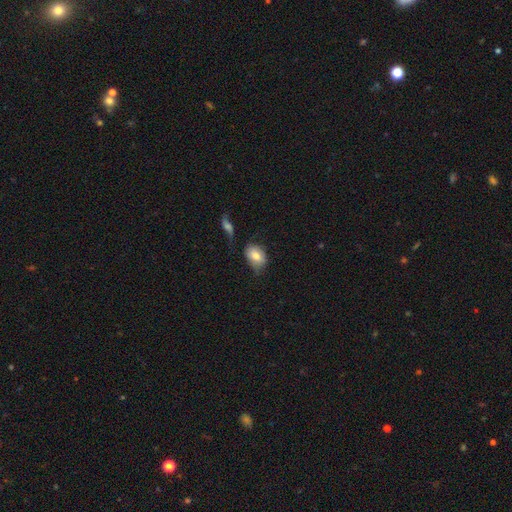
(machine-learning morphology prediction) A smooth galaxy with no disk features (77%) that is in between round and cigar-shaped (78%). Merging: none (50%).